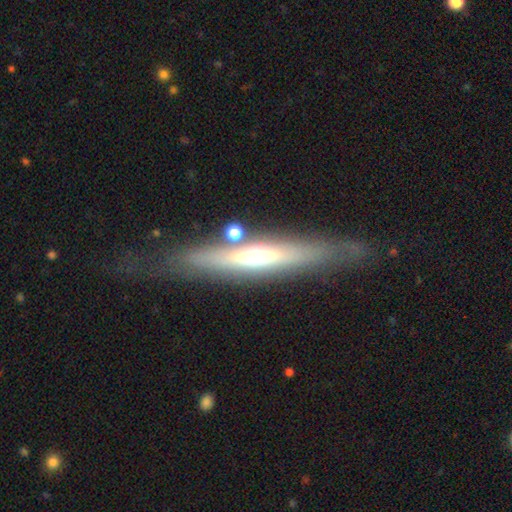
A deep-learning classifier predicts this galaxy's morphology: smooth-or-featured: featured or disk: 65% | smooth: 27% | star or artifact: 8%
  disk-edge-on: yes: 87% | no: 13%
    edge-on-bulge: rounded: 65% | none: 23% | boxy: 12%
  merging: none: 75% | minor disturbance: 15% | major disturbance: 6% | merger: 4%